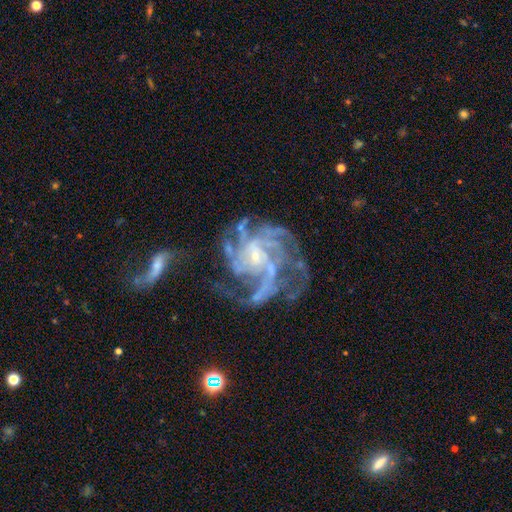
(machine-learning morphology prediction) A featured or disk galaxy (90%) with no bar (63%), 4 (33%) tight (48%) spiral arms (97%) and a small central bulge (82%).

Vote fractions:
- Smooth or featured? featured or disk: 90% / star or artifact: 7% / smooth: 4%
- Edge-on disk? no: 98% / yes: 2%
- Bar? no: 63% / weak: 28% / strong: 9%
- Spiral arms? yes: 97% / no: 3%
- Spiral winding? tight: 48% / medium: 41% / loose: 11%
- Spiral arm count? 4: 33% / 3: 19% / can't tell: 17% / more than 4: 14% / 2: 9% / 1: 7%
- Bulge size? small: 82% / moderate: 12% / none: 4% / large: 1% / dominant: 1%
- Merging? none: 48% / major disturbance: 25% / minor disturbance: 19% / merger: 8%